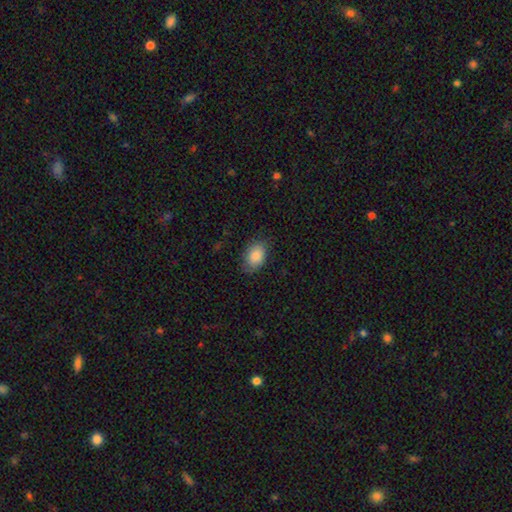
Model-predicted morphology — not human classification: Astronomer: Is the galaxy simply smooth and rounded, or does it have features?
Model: smooth — 85%.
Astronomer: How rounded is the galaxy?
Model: in between — 85%.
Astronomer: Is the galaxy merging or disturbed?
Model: none — 78%.